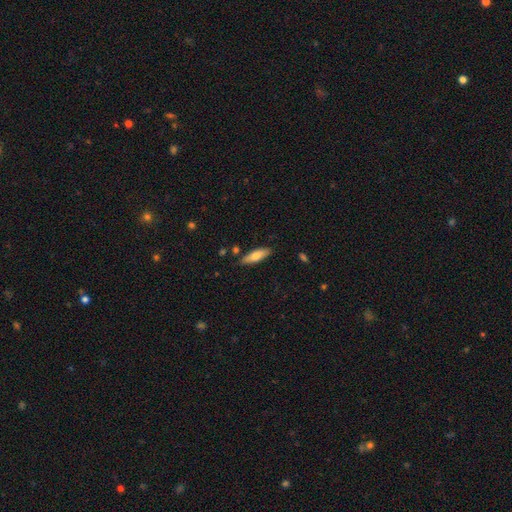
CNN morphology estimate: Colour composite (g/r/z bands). It shows a smooth galaxy with no disk features (70%) that is cigar-shaped (51%). Merging: none (83%).